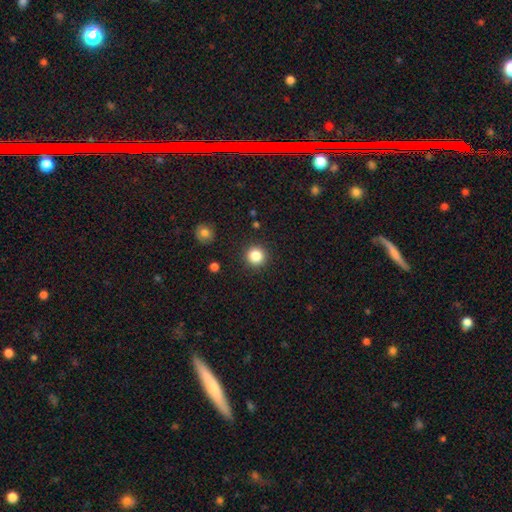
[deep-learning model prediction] Smooth or featured?
  - smooth: 85% *
  - star or artifact: 11%
  - featured or disk: 5%
How rounded?
  - round: 95% *
  - in between: 4%
  - cigar-shaped: 1%
Merging?
  - none: 91% *
  - minor disturbance: 6%
  - major disturbance: 2%
  - merger: 1%